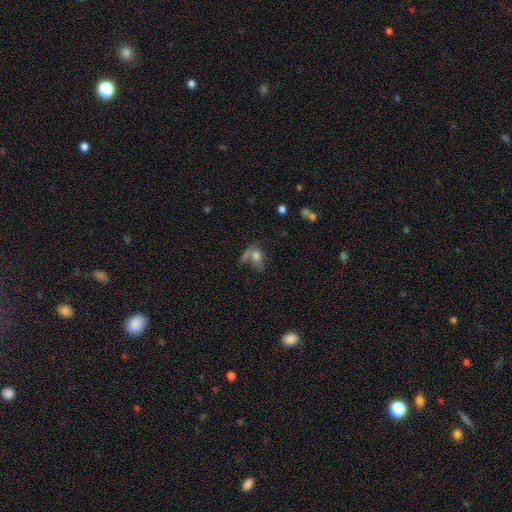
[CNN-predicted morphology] type=smooth (64%); roundness=in between (71%); merging=none (34%).